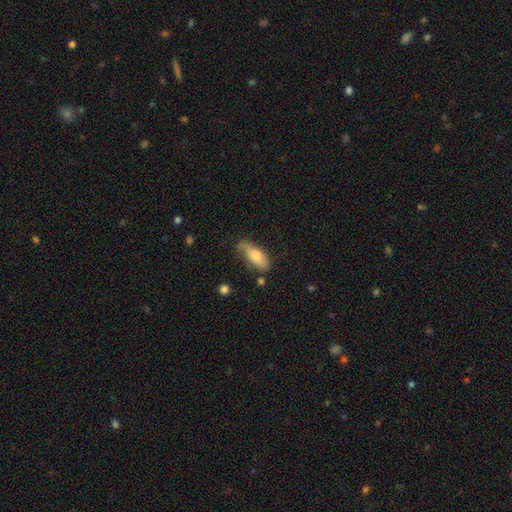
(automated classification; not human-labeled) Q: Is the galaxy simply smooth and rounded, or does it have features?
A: smooth — 71%.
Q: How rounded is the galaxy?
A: in between — 67%.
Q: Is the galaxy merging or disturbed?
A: none — 61%.